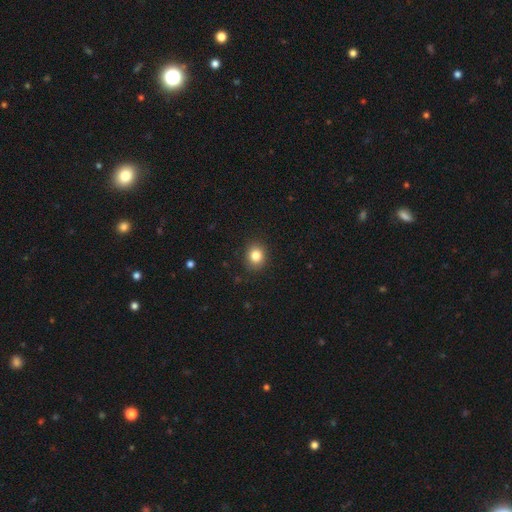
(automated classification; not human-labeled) Overall: smooth (84%). How rounded: round (70%). Merging: none (89%).